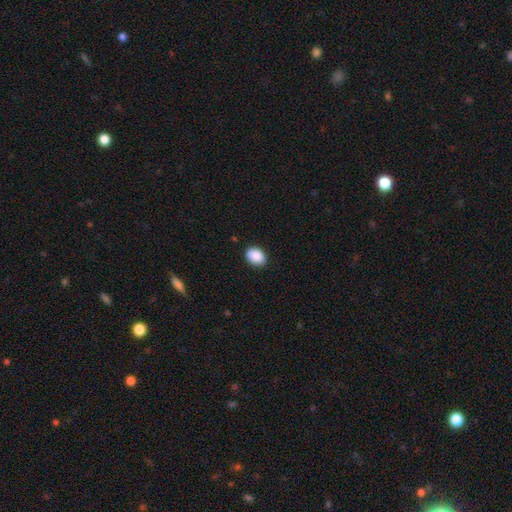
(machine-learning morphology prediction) Smooth or featured?
  - smooth: 89% *
  - star or artifact: 7%
  - featured or disk: 3%
How rounded?
  - in between: 73% *
  - round: 26%
  - cigar-shaped: 1%
Merging?
  - none: 88% *
  - minor disturbance: 9%
  - major disturbance: 2%
  - merger: 1%